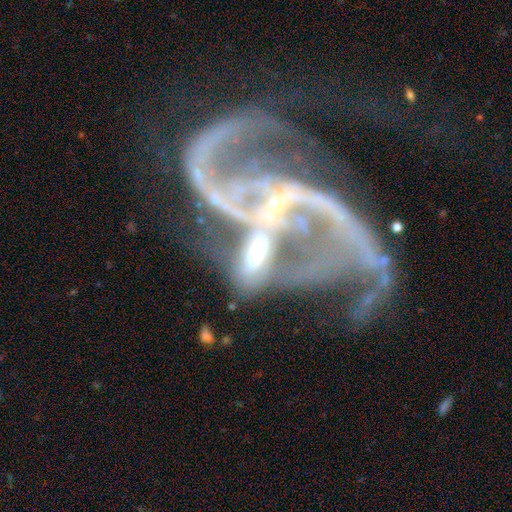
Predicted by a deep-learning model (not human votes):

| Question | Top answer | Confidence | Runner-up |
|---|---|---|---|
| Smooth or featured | featured or disk | 88% | star or artifact (8%) |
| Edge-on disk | no | 97% | yes (3%) |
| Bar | no | 35% | strong (34%) |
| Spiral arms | yes | 89% | no (11%) |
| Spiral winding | loose | 60% | medium (30%) |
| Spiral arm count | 2 | 60% | 3 (12%) |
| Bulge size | small | 67% | none (16%) |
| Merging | major disturbance | 40% | merger (25%) |